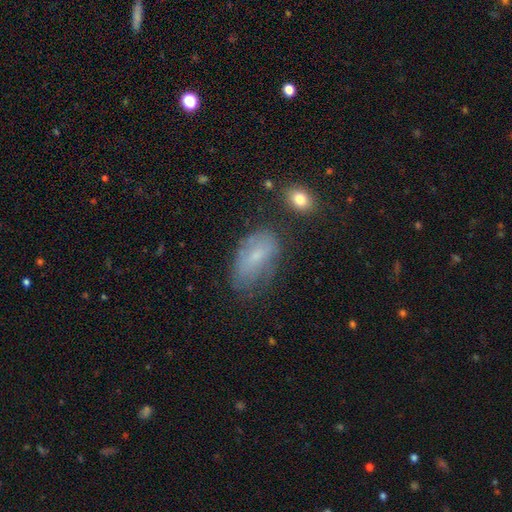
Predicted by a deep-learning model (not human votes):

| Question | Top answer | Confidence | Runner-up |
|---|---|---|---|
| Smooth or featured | smooth | 58% | featured or disk (31%) |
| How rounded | in between | 91% | round (6%) |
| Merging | none | 52% | minor disturbance (30%) |